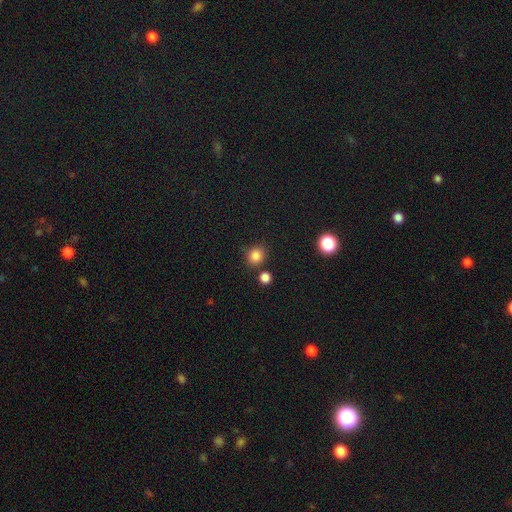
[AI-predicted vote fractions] Smooth or featured? Predicted: smooth (p=0.84). How rounded? Predicted: round (p=0.86). Merging? Predicted: none (p=0.79).